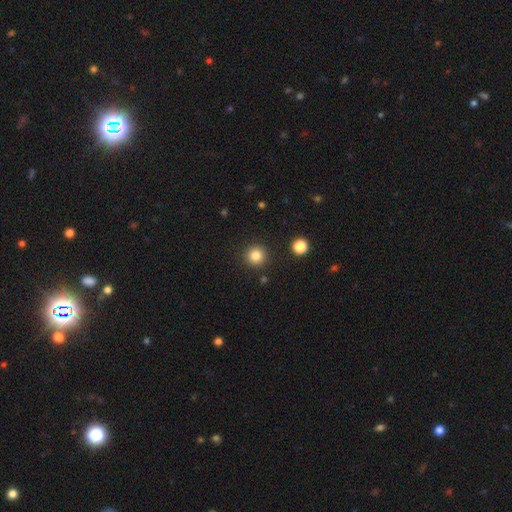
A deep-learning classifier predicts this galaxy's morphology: Q: Smooth or featured?
A: smooth (83%); runner-up: star or artifact (12%)
Q: How rounded?
A: round (95%); runner-up: in between (4%)
Q: Merging?
A: none (90%); runner-up: minor disturbance (5%)